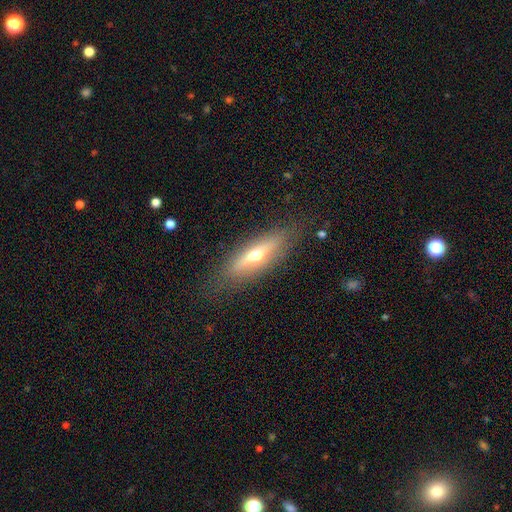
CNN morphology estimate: Smooth or featured?
  - featured or disk: 49% *
  - smooth: 44%
  - star or artifact: 7%
Merging?
  - none: 81% *
  - minor disturbance: 13%
  - major disturbance: 5%
  - merger: 1%